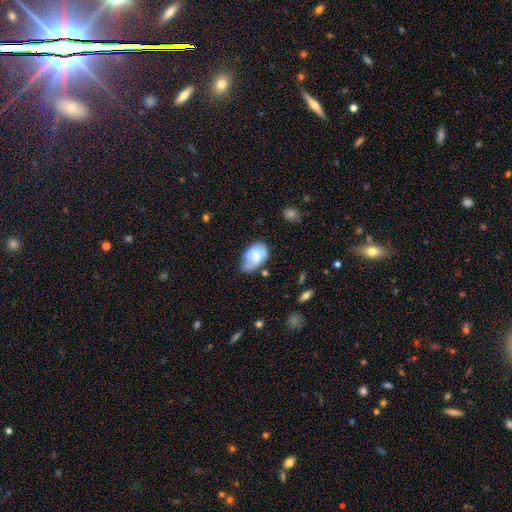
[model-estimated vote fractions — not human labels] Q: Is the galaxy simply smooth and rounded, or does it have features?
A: smooth — 60%.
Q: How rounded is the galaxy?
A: in between — 89%.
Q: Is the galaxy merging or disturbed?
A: none — 42%.